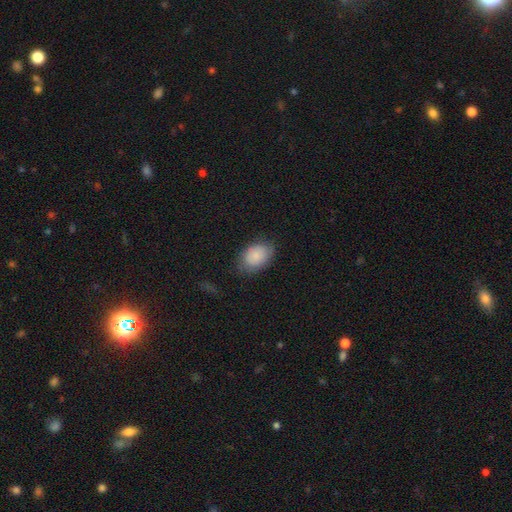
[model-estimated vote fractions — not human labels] Smooth or featured: smooth — 84% (featured or disk — 9%)
How rounded: in between — 81% (round — 18%)
Merging: none — 71% (minor disturbance — 21%)